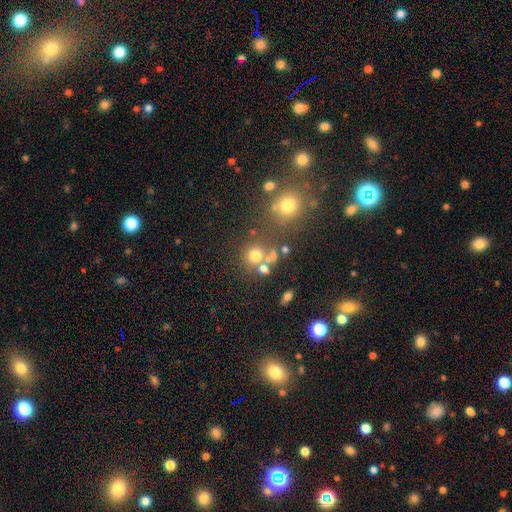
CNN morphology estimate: Q: Smooth or featured?
A: smooth (70%); runner-up: star or artifact (19%)
Q: How rounded?
A: round (87%); runner-up: in between (12%)
Q: Merging?
A: none (61%); runner-up: merger (23%)